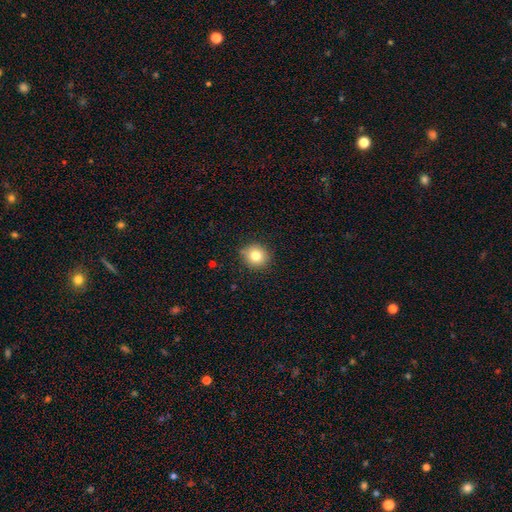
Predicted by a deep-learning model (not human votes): A smooth galaxy with no disk features (80%) that is round (87%). Merging: none (86%).